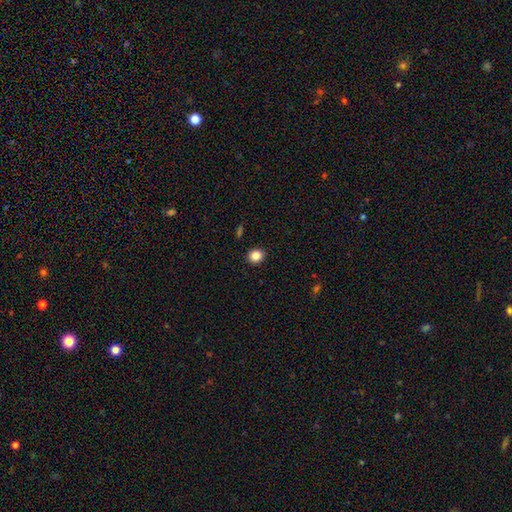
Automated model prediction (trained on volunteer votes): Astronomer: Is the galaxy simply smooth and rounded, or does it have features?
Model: smooth — 86%.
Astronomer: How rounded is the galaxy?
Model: round — 78%.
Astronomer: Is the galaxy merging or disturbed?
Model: none — 91%.